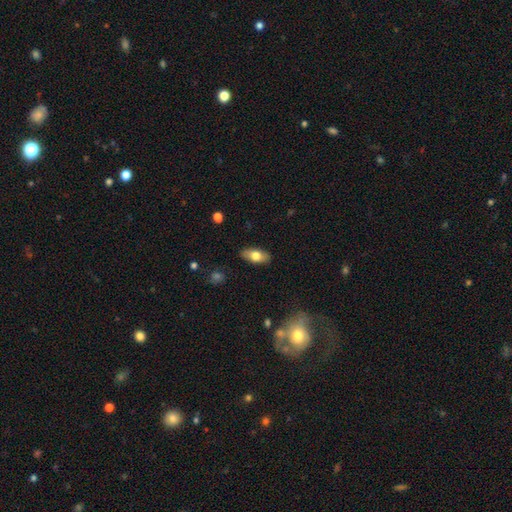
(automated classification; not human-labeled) This appears to be a smooth galaxy with no disk features (73%) that is in between round and cigar-shaped (87%). Merging: none (87%).